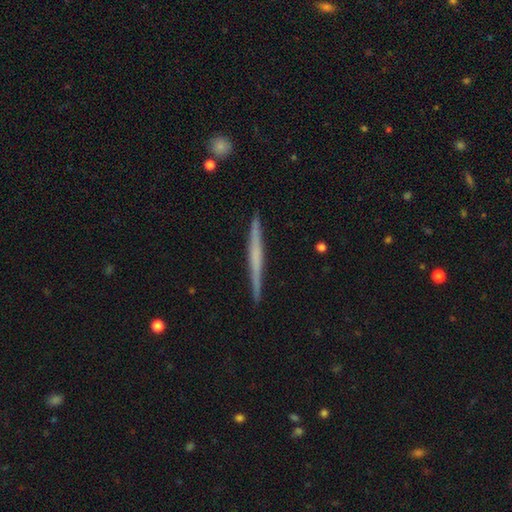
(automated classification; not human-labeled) A featured or disk galaxy (56%) viewed edge-on (98%) with no central bulge (76%).

Vote fractions:
- Smooth or featured? featured or disk: 56% / smooth: 38% / star or artifact: 6%
- Edge-on disk? yes: 98% / no: 2%
- Edge-on bulge? none: 76% / rounded: 15% / boxy: 8%
- Merging? none: 91% / minor disturbance: 6% / major disturbance: 1% / merger: 1%